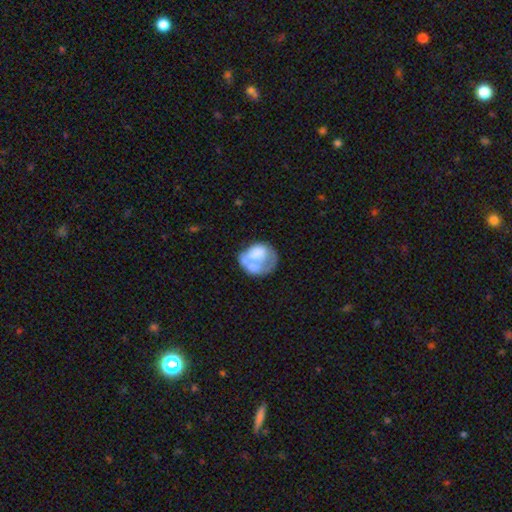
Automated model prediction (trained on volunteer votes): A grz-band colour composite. It shows a smooth galaxy with no disk features (51%) that is round (58%). Merging: none (38%).